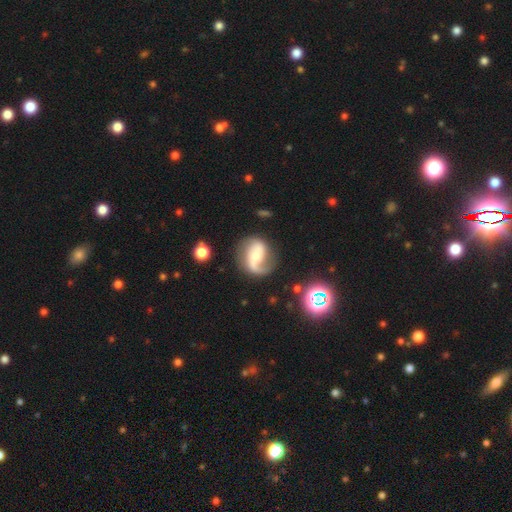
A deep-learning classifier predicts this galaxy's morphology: smooth_or_featured: featured or disk (p=0.80) [alt: smooth p=0.13]
disk_edge_on: no (p=0.97) [alt: yes p=0.03]
bar: weak (p=0.37) [alt: no p=0.35]
has_spiral_arms: yes (p=0.94) [alt: no p=0.06]
spiral_winding: loose (p=0.53) [alt: medium p=0.35]
spiral_arm_count: 2 (p=0.63) [alt: 1 p=0.31]
bulge_size: moderate (p=0.43) [alt: small p=0.40]
merging: none (p=0.64) [alt: minor disturbance p=0.18]